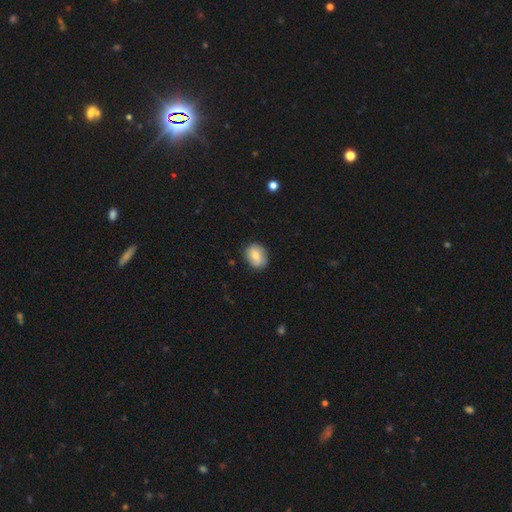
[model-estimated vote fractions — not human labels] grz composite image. It shows a smooth galaxy with no disk features (68%) that is in between round and cigar-shaped (57%). Merging: none (75%).